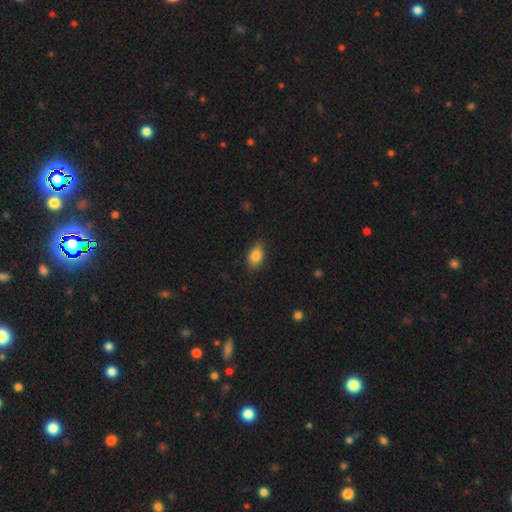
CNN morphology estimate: Smooth or featured: smooth — 85% (star or artifact — 8%)
How rounded: in between — 85% (round — 12%)
Merging: none — 81% (minor disturbance — 15%)